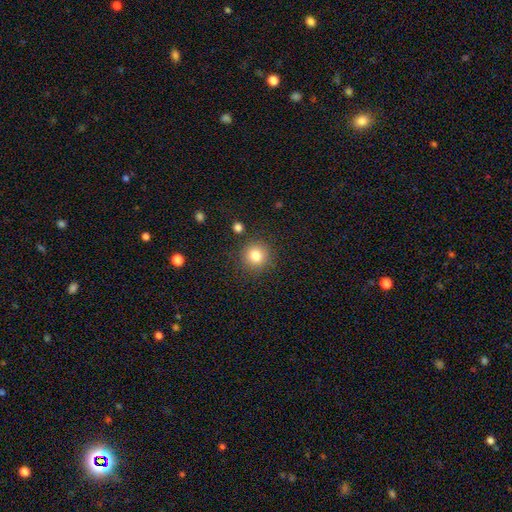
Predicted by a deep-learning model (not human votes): smooth-or-featured: smooth: 82% | star or artifact: 11% | featured or disk: 7%
  how-rounded: round: 93% | in between: 6% | cigar-shaped: 1%
  merging: none: 87% | minor disturbance: 7% | major disturbance: 3% | merger: 3%